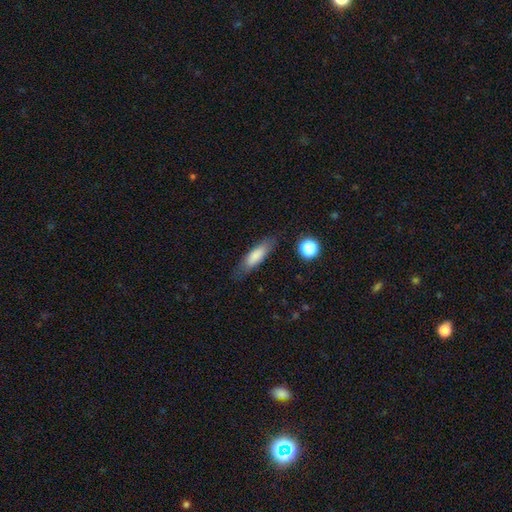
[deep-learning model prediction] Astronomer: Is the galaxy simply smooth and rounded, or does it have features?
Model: smooth — 79%.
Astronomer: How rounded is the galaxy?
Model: cigar-shaped — 55% (runner-up: in between, 43%).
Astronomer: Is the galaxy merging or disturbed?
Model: none — 80%.